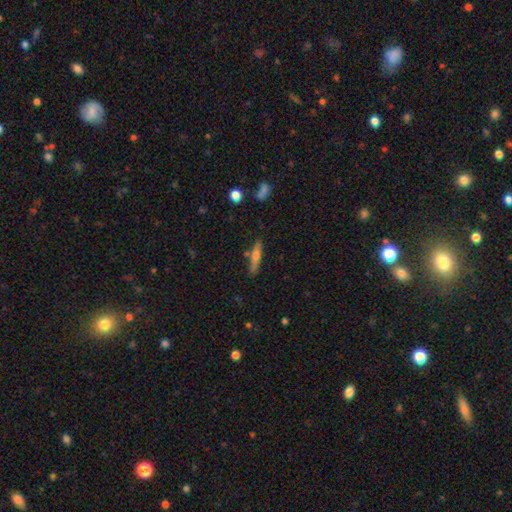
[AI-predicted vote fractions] Smooth or featured: smooth — 53% (featured or disk — 40%)
How rounded: cigar-shaped — 83% (in between — 15%)
Merging: none — 78% (minor disturbance — 14%)